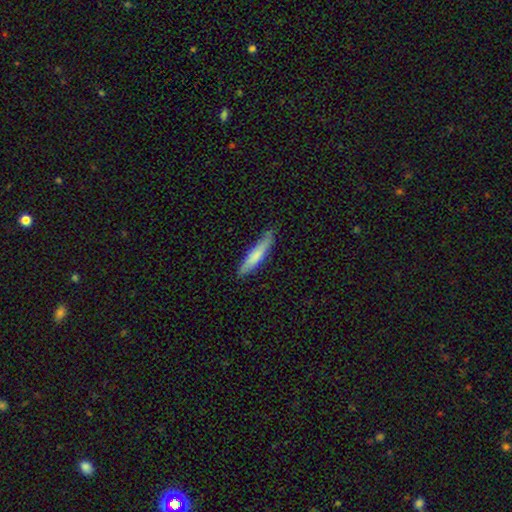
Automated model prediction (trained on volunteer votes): smooth-or-featured: smooth: 72% | featured or disk: 22% | star or artifact: 5%
  how-rounded: cigar-shaped: 88% | in between: 11% | round: 1%
  merging: none: 82% | minor disturbance: 14% | major disturbance: 2% | merger: 1%